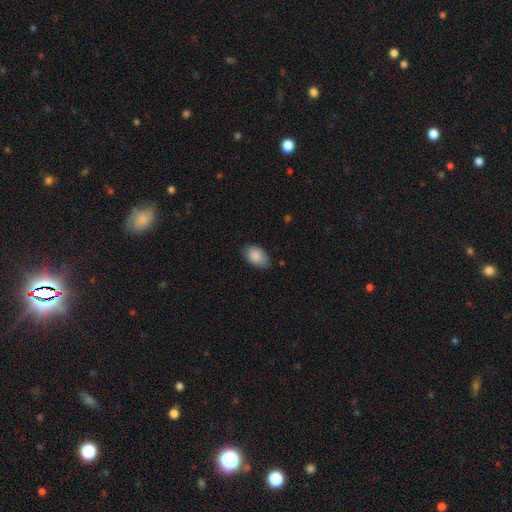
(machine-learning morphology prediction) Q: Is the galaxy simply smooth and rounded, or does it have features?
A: smooth — 88%.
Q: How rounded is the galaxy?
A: in between — 91%.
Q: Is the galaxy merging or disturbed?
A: none — 73%.